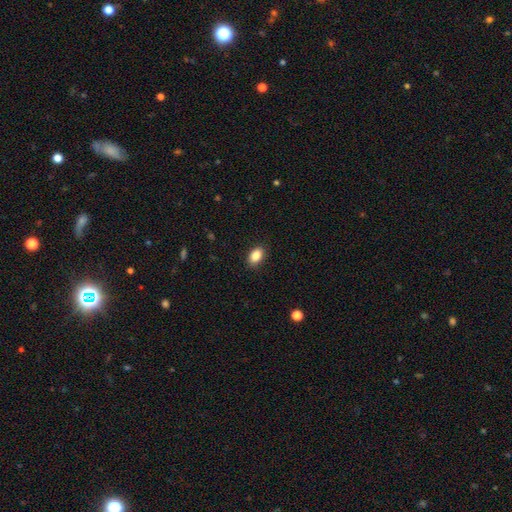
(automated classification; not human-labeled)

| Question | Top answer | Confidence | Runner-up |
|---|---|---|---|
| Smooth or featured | smooth | 87% | star or artifact (8%) |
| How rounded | in between | 86% | round (13%) |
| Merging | none | 88% | minor disturbance (9%) |